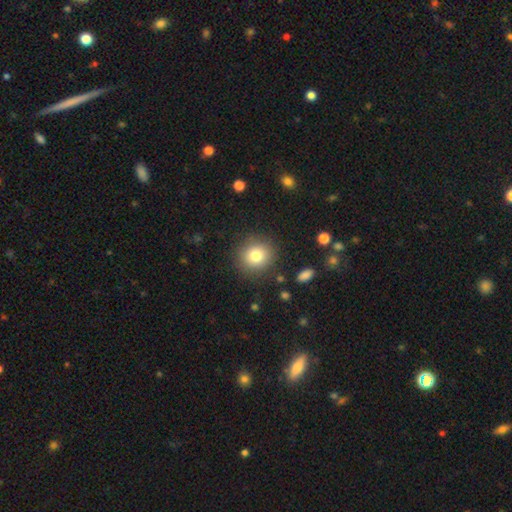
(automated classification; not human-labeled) This appears to be a smooth galaxy with no disk features (80%) that is round (86%). Merging: none (87%).